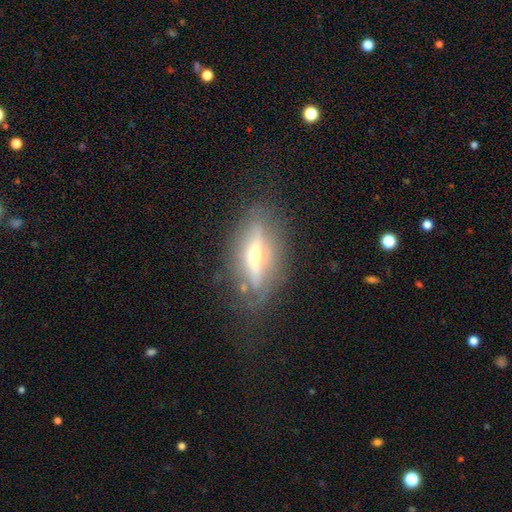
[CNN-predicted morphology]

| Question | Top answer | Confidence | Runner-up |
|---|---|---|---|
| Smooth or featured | featured or disk | 68% | smooth (25%) |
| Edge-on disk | yes | 80% | no (20%) |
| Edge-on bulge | rounded | 91% | none (5%) |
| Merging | none | 74% | minor disturbance (17%) |